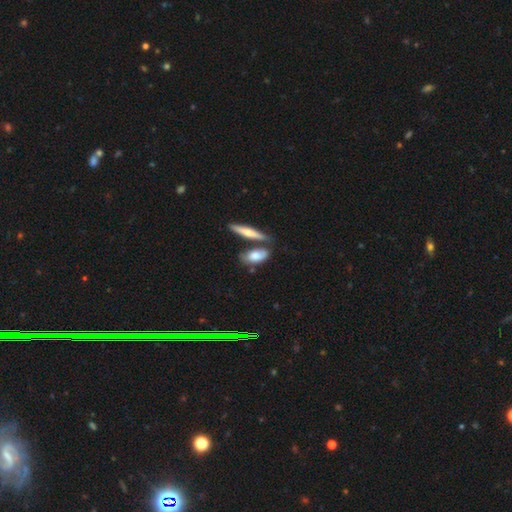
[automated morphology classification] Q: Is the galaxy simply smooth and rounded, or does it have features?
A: smooth — 71%.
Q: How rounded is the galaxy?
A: in between — 72%.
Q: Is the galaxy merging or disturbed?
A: none — 54%.